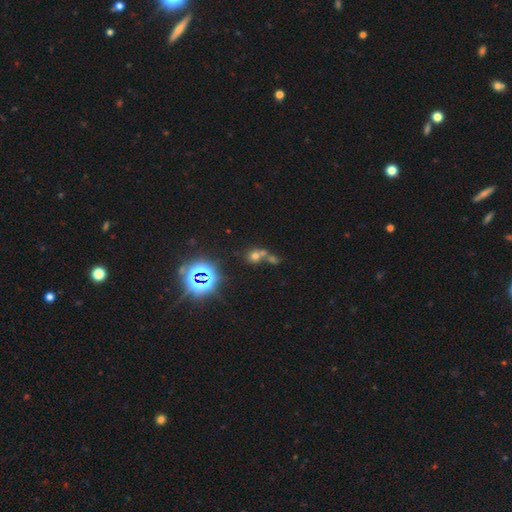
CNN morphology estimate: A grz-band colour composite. It shows a smooth galaxy with no disk features (53%) that is round (80%). Merging: merger (48%).